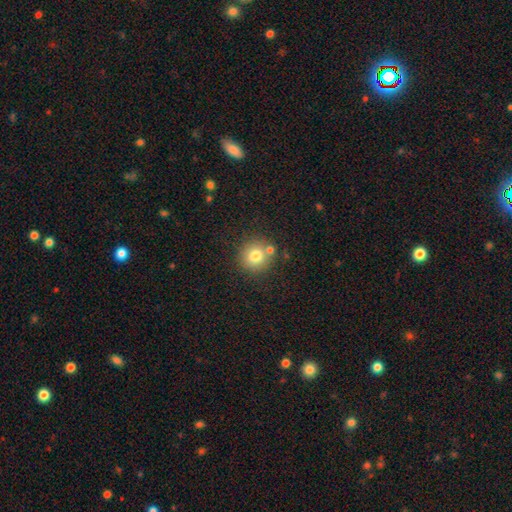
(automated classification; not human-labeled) A smooth galaxy with no disk features (76%) that is round (92%). Merging: none (75%).